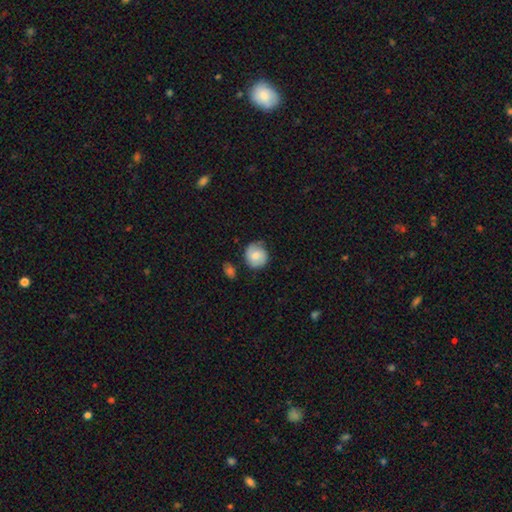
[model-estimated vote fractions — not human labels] This appears to be a smooth galaxy with no disk features (68%) that is round (87%). Merging: none (67%).